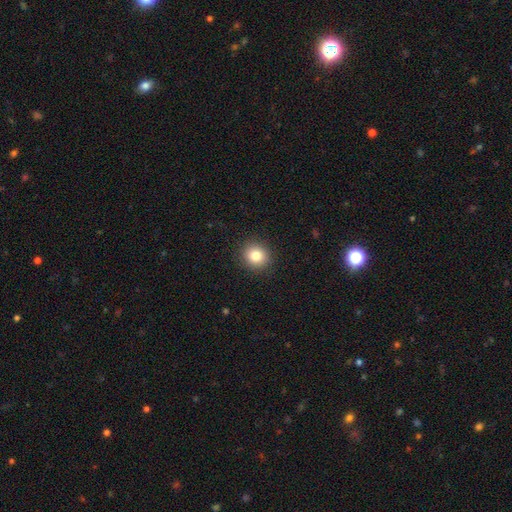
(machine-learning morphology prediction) Smooth or featured?
  - smooth: 81% *
  - star or artifact: 11%
  - featured or disk: 8%
How rounded?
  - round: 87% *
  - in between: 12%
  - cigar-shaped: 1%
Merging?
  - none: 91% *
  - minor disturbance: 6%
  - major disturbance: 2%
  - merger: 1%